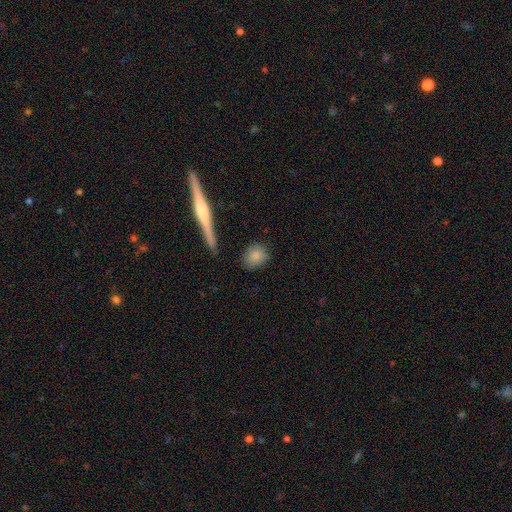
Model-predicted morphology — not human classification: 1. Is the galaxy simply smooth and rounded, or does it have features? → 84% smooth, 8% featured or disk, 7% star or artifact.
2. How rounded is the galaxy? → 56% round, 39% in between, 5% cigar-shaped.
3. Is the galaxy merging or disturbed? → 82% none, 12% minor disturbance, 3% major disturbance, 3% merger.